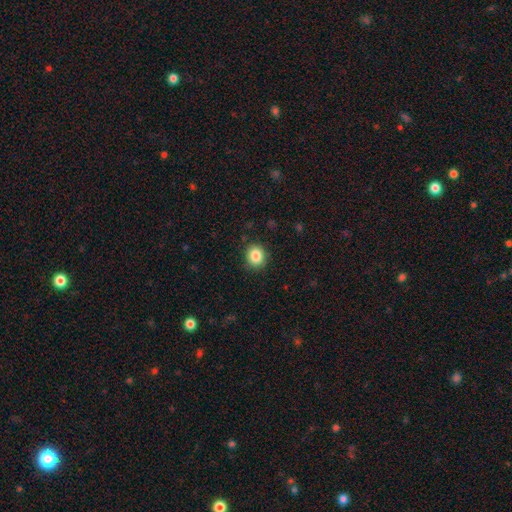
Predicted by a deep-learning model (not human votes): The model was most divided on "how rounded": round: 74%, in between: 25%, cigar-shaped: 1%. More confident: merging — none (88%); smooth or featured — smooth (86%).